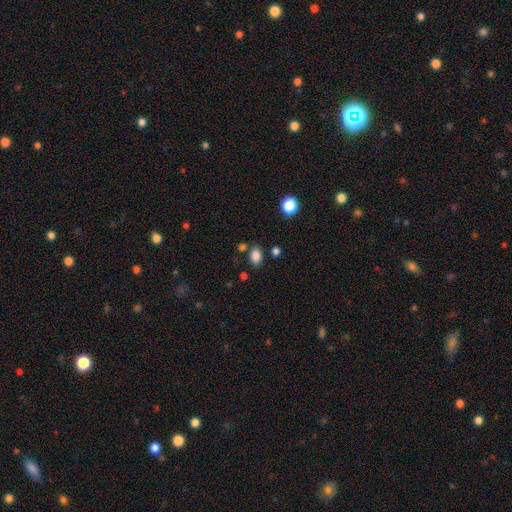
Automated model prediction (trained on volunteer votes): Q: Smooth or featured?
A: smooth (84%); runner-up: star or artifact (11%)
Q: How rounded?
A: in between (75%); runner-up: round (24%)
Q: Merging?
A: none (77%); runner-up: minor disturbance (12%)